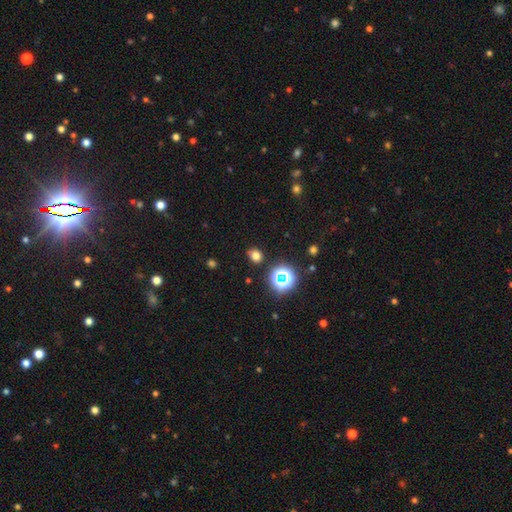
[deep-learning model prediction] smooth 70%, star or artifact 24%, featured or disk 6%. Down the decision tree: how rounded — round (68%); merging — none (83%).